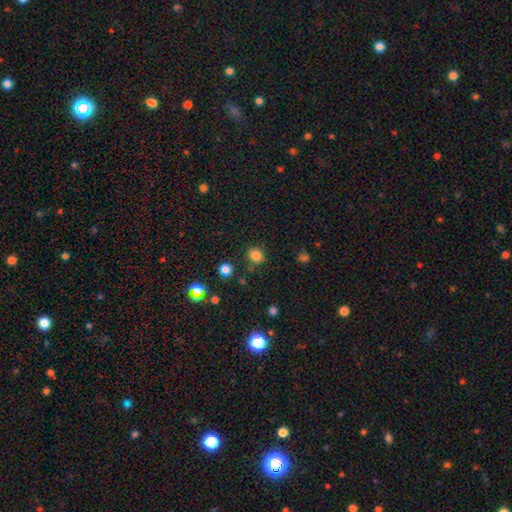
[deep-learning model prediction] Overall: smooth (81%). How rounded: round (87%). Merging: none (82%).